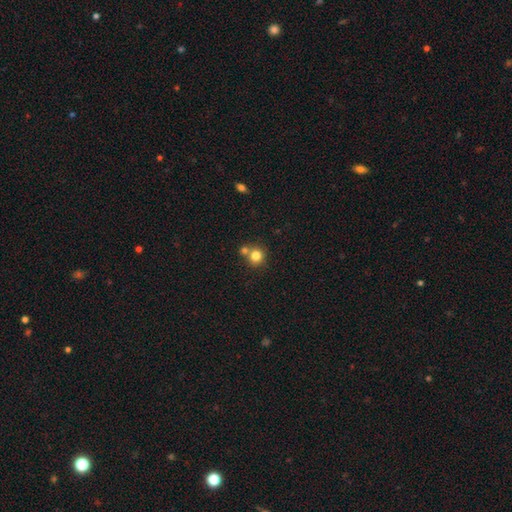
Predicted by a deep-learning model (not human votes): smooth_or_featured: smooth (p=0.81) [alt: star or artifact p=0.11]
how_rounded: round (p=0.90) [alt: in between p=0.09]
merging: none (p=0.60) [alt: merger p=0.30]